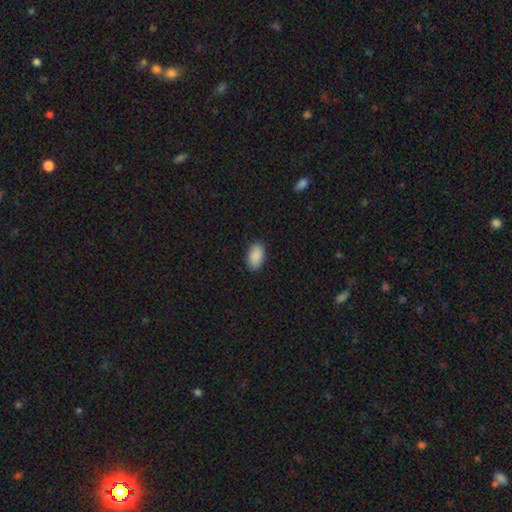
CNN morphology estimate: This is clearly a smooth galaxy (91%). How rounded: clearly in between (93%). Merging: clearly none (88%).